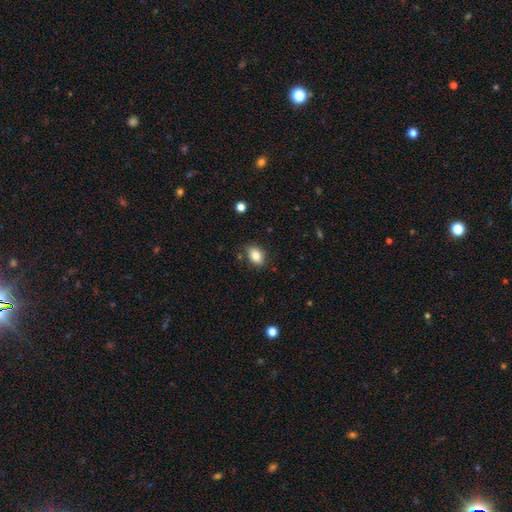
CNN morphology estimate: Smooth or featured: smooth — 83% (star or artifact — 9%)
How rounded: in between — 78% (round — 21%)
Merging: none — 83% (minor disturbance — 13%)